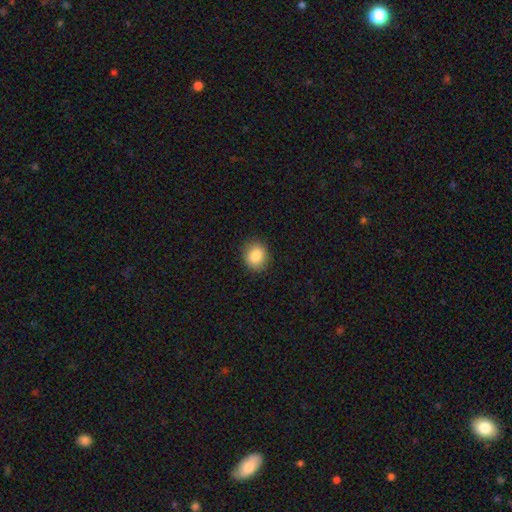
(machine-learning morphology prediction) The model was most divided on "how rounded": round: 72%, in between: 27%, cigar-shaped: 1%. More confident: merging — none (89%); smooth or featured — smooth (85%).